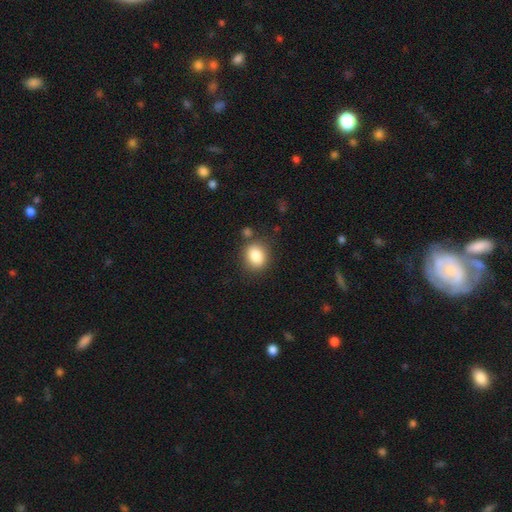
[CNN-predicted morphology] smooth_or_featured: smooth (p=0.84) [alt: star or artifact p=0.09]
how_rounded: round (p=0.60) [alt: in between p=0.38]
merging: none (p=0.79) [alt: minor disturbance p=0.11]